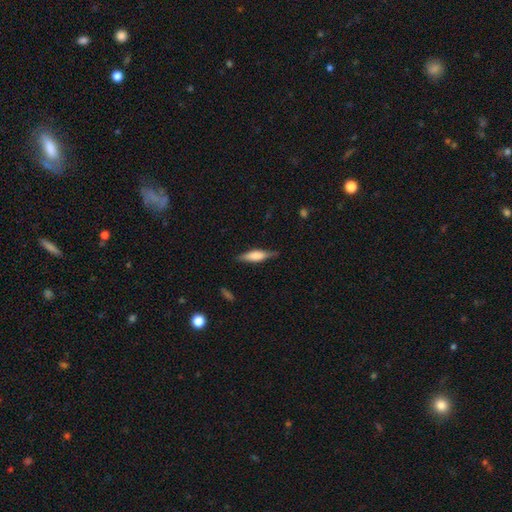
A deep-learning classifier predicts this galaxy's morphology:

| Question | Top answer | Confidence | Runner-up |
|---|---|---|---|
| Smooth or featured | smooth | 51% | featured or disk (43%) |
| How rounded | cigar-shaped | 62% | in between (36%) |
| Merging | none | 80% | minor disturbance (15%) |